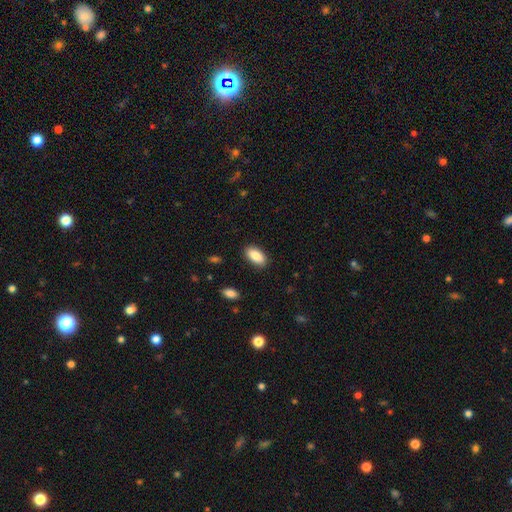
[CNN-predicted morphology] smooth-or-featured: smooth: 87% | star or artifact: 7% | featured or disk: 6%
  how-rounded: in between: 92% | cigar-shaped: 6% | round: 3%
  merging: none: 88% | minor disturbance: 9% | major disturbance: 2% | merger: 1%